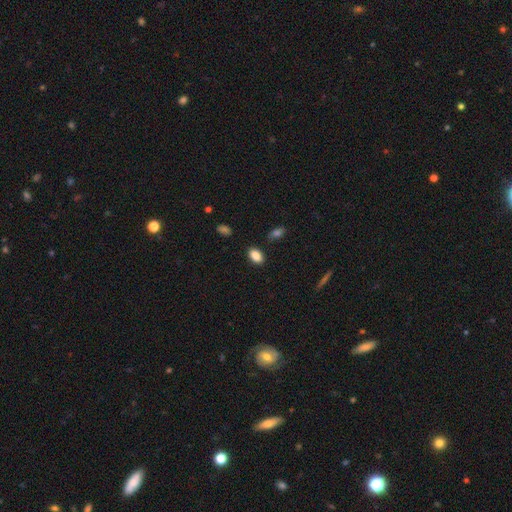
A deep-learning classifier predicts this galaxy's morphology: smooth-or-featured: smooth: 87% | star or artifact: 8% | featured or disk: 5%
  how-rounded: in between: 91% | round: 7% | cigar-shaped: 2%
  merging: none: 84% | minor disturbance: 11% | major disturbance: 3% | merger: 2%